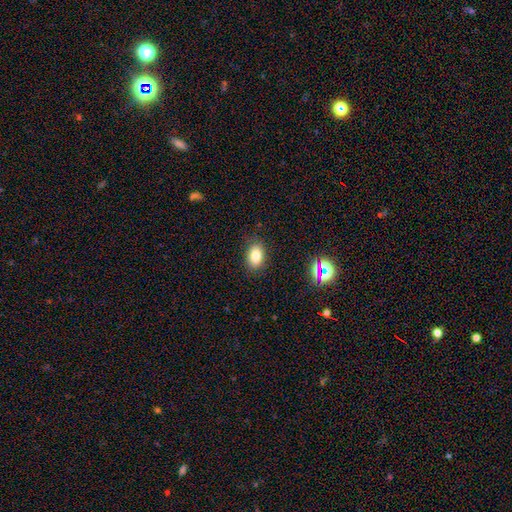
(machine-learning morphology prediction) This appears to be a smooth galaxy with no disk features (80%) that is in between round and cigar-shaped (84%). Merging: none (85%).